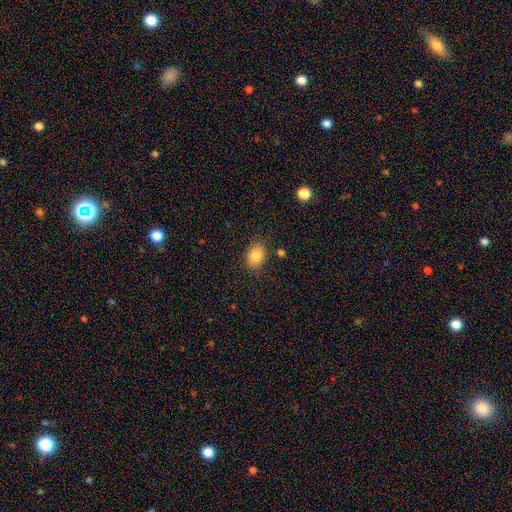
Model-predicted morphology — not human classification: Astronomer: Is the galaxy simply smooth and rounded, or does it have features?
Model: smooth — 84%.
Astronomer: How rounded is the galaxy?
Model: in between — 75%.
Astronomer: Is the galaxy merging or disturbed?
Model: none — 82%.